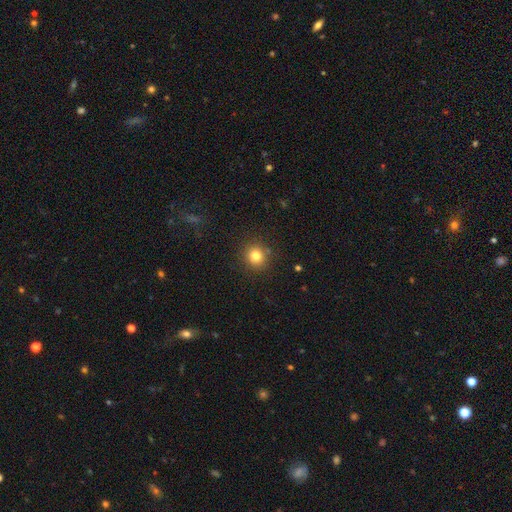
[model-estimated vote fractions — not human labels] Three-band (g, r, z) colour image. It shows a smooth galaxy with no disk features (80%) that is round (92%). Merging: none (89%).